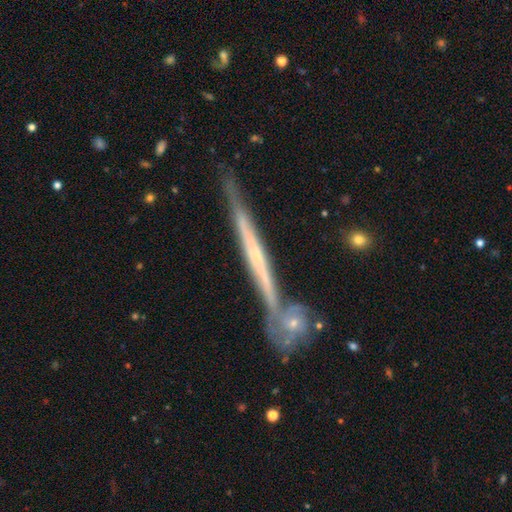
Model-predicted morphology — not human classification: A featured or disk galaxy (72%) viewed edge-on (94%) with no central bulge (69%).

Vote fractions:
- Smooth or featured? featured or disk: 72% / smooth: 22% / star or artifact: 6%
- Edge-on disk? yes: 94% / no: 6%
- Edge-on bulge? none: 69% / rounded: 22% / boxy: 9%
- Merging? none: 65% / merger: 17% / minor disturbance: 14% / major disturbance: 4%